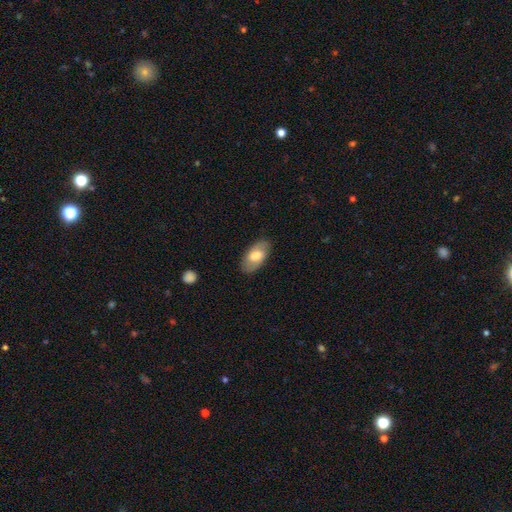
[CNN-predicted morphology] Smooth or featured: smooth — 64% (featured or disk — 30%)
How rounded: in between — 94% (round — 3%)
Merging: none — 84% (minor disturbance — 12%)